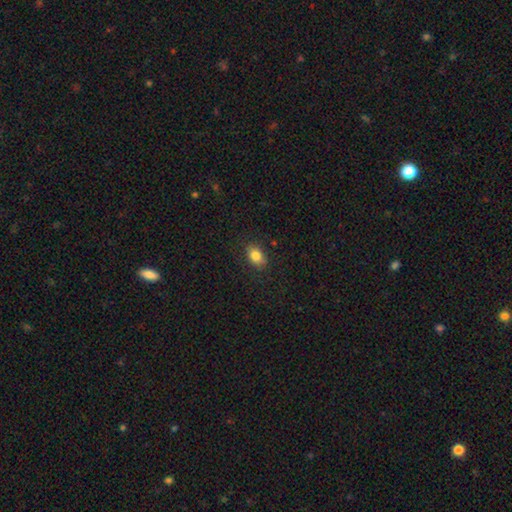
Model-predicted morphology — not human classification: Smooth or featured?
  - smooth: 83% *
  - star or artifact: 9%
  - featured or disk: 8%
How rounded?
  - in between: 79% *
  - round: 19%
  - cigar-shaped: 2%
Merging?
  - none: 83% *
  - minor disturbance: 13%
  - major disturbance: 3%
  - merger: 1%